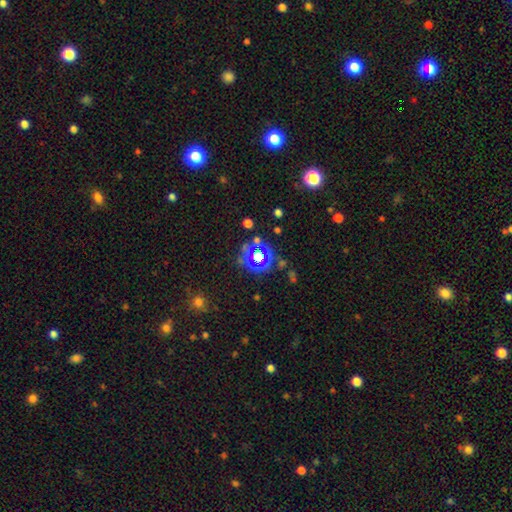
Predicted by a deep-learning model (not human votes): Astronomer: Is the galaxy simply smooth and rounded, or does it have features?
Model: star or artifact — 59%.